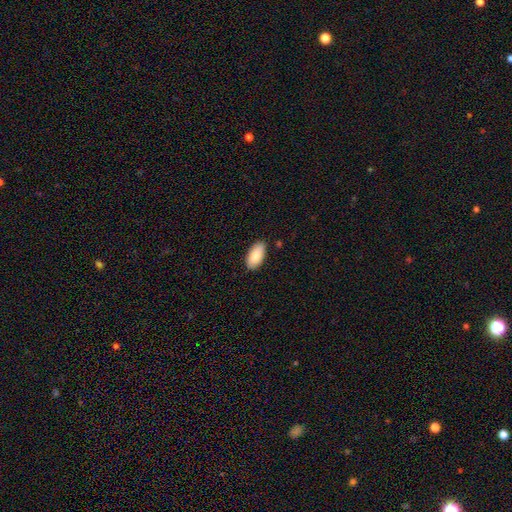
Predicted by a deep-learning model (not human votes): Smooth or featured?
  - smooth: 88% *
  - featured or disk: 6%
  - star or artifact: 6%
How rounded?
  - in between: 94% *
  - cigar-shaped: 4%
  - round: 2%
Merging?
  - none: 85% *
  - minor disturbance: 12%
  - major disturbance: 2%
  - merger: 1%